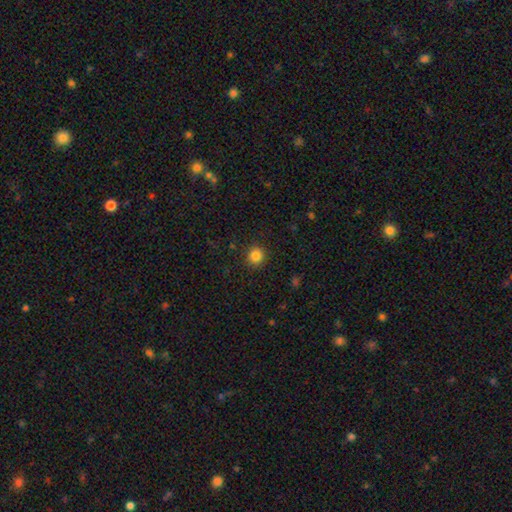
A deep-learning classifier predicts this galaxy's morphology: smooth-or-featured: smooth: 84% | star or artifact: 12% | featured or disk: 4%
  how-rounded: round: 91% | in between: 8% | cigar-shaped: 1%
  merging: none: 91% | minor disturbance: 6% | major disturbance: 2% | merger: 1%